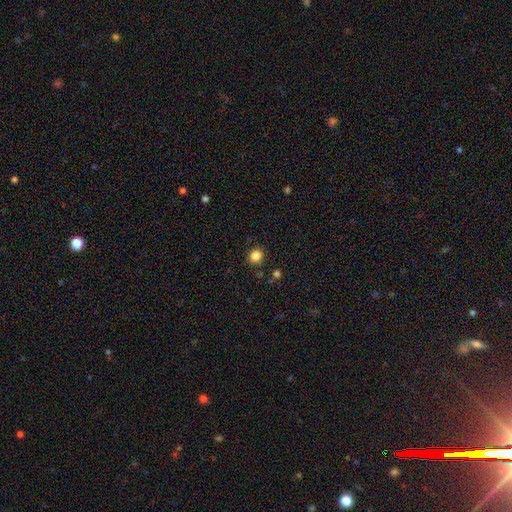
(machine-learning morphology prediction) Smooth or featured? Predicted: smooth (p=0.84). How rounded? Predicted: round (p=0.83). Merging? Predicted: none (p=0.88).